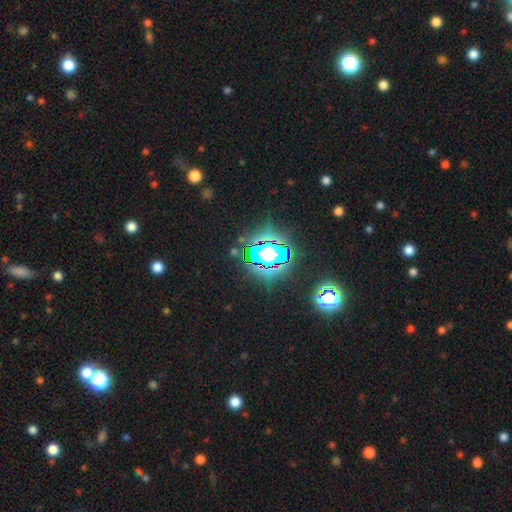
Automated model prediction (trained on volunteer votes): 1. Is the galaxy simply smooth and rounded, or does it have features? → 82% star or artifact, 11% smooth, 7% featured or disk.